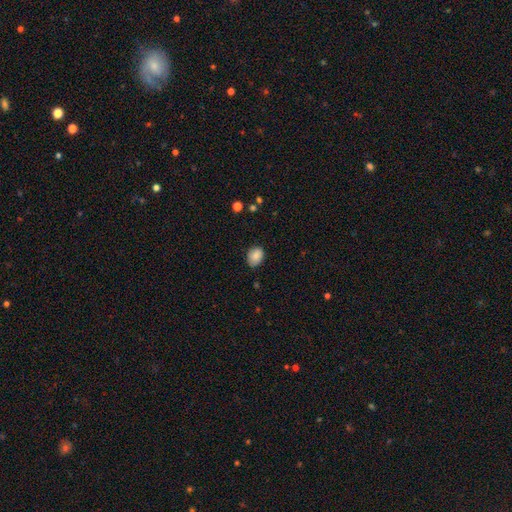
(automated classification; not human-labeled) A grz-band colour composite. It shows a smooth galaxy with no disk features (85%) that is in between round and cigar-shaped (61%). Merging: none (76%).